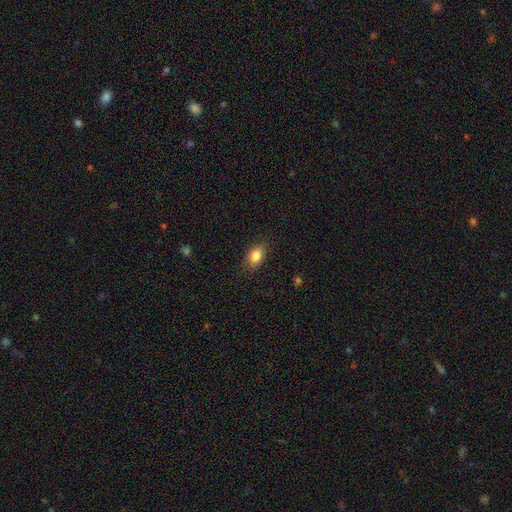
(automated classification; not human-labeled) Smooth or featured?
  - smooth: 85% *
  - star or artifact: 8%
  - featured or disk: 6%
How rounded?
  - in between: 85% *
  - round: 13%
  - cigar-shaped: 3%
Merging?
  - none: 83% *
  - minor disturbance: 13%
  - major disturbance: 3%
  - merger: 1%